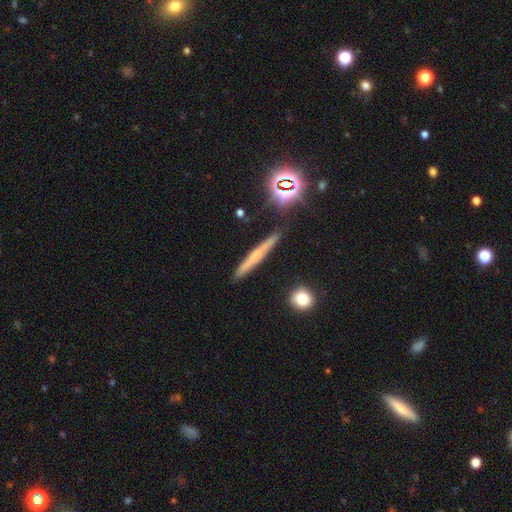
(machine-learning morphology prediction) This is marginally a smooth galaxy (44%). Merging: clearly none (87%).